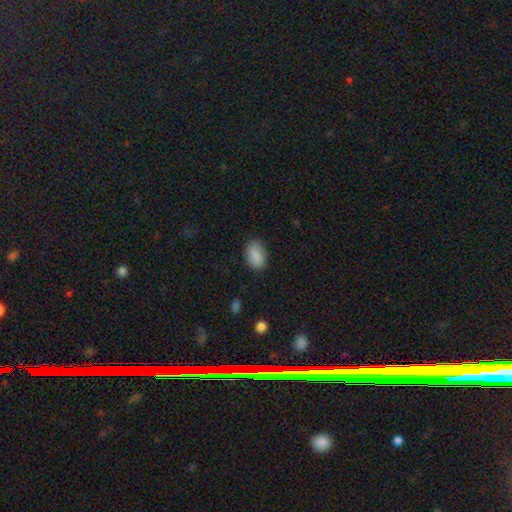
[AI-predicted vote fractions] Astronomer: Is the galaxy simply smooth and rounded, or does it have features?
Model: smooth — 88%.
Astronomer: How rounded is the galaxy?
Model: in between — 89%.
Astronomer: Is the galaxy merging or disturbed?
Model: none — 83%.